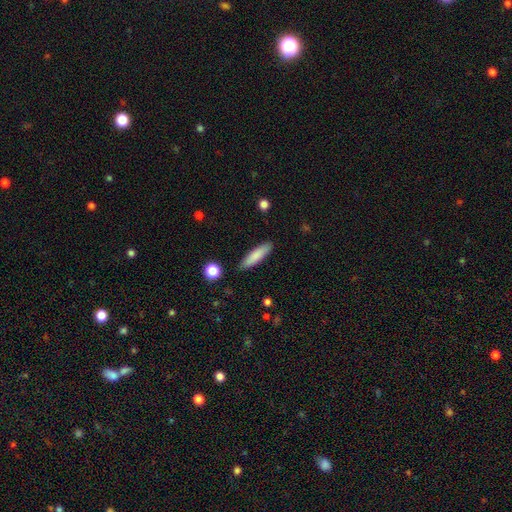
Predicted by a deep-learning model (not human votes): Smooth or featured? Predicted: smooth (p=0.82). How rounded? Predicted: cigar-shaped (p=0.76). Merging? Predicted: none (p=0.88).